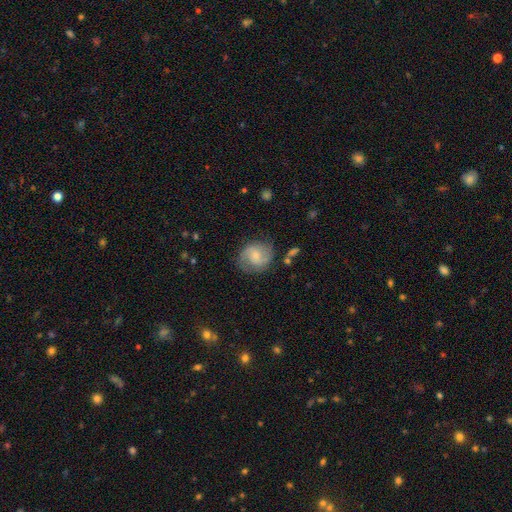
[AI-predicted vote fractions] smooth-or-featured: featured or disk: 63% | smooth: 30% | star or artifact: 7%
  disk-edge-on: no: 98% | yes: 2%
    bar: no: 50% | weak: 42% | strong: 9%
    has-spiral-arms: yes: 92% | no: 8%
      spiral-winding: medium: 50% | tight: 25% | loose: 25%
      spiral-arm-count: 2: 86% | can't tell: 7% | 1: 3% | 3: 2% | 4: 1% | more than 4: 1%
    bulge-size: small: 53% | moderate: 32% | none: 9% | large: 4% | dominant: 1%
  merging: none: 74% | minor disturbance: 17% | major disturbance: 7% | merger: 2%